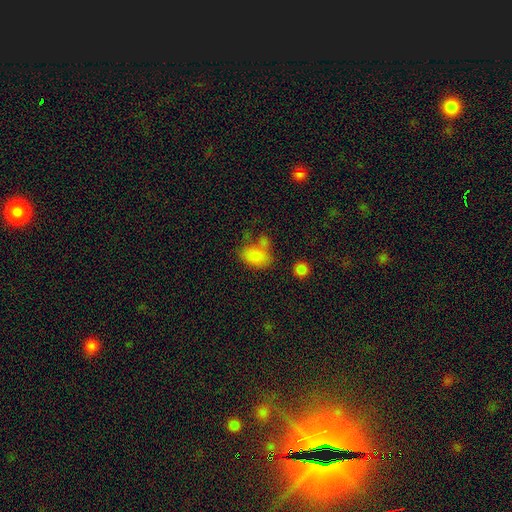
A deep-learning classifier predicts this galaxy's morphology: Smooth or featured? Predicted: smooth (p=0.80). How rounded? Predicted: in between (p=0.85). Merging? Predicted: none (p=0.44).